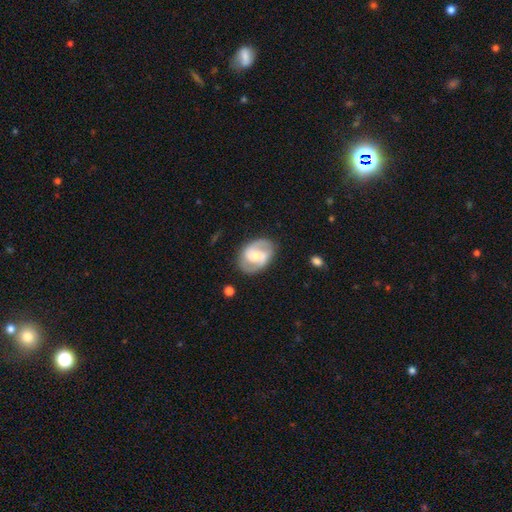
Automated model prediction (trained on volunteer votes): Morphology: type=featured or disk (74%); edge-on=no (97%); bar=weak (44%); spiral arms=yes (87%); winding=medium (50%); arm count=2 (87%); bulge=moderate (54%); merging=none (80%).